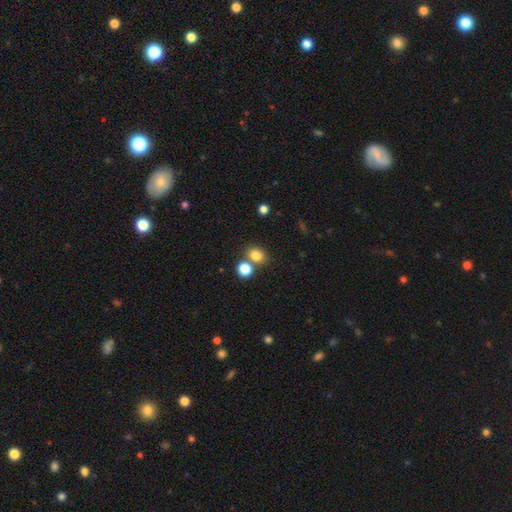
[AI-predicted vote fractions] Smooth or featured?
  - smooth: 80% *
  - star or artifact: 13%
  - featured or disk: 7%
How rounded?
  - round: 57% *
  - in between: 42%
  - cigar-shaped: 1%
Merging?
  - none: 62% *
  - merger: 25%
  - minor disturbance: 9%
  - major disturbance: 3%